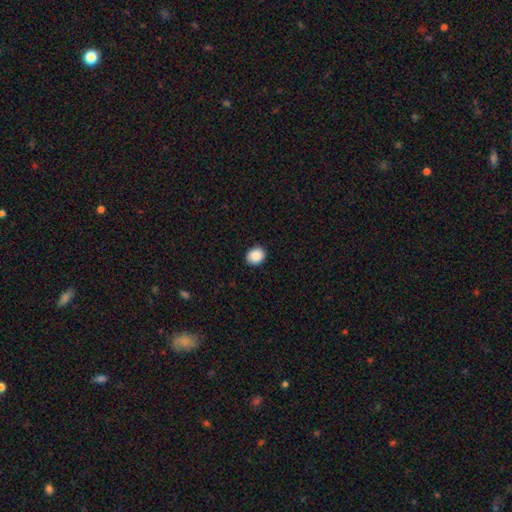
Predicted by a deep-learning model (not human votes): smooth_or_featured: smooth (p=0.89) [alt: star or artifact p=0.08]
how_rounded: round (p=0.66) [alt: in between p=0.33]
merging: none (p=0.91) [alt: minor disturbance p=0.06]